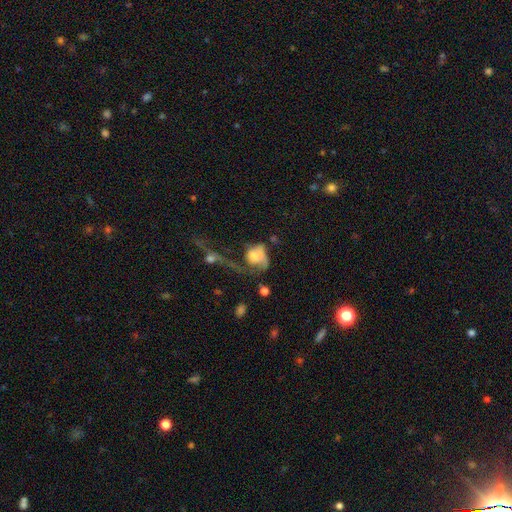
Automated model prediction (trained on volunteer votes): This is possibly a smooth galaxy (49%). Merging: possibly major disturbance (48%).